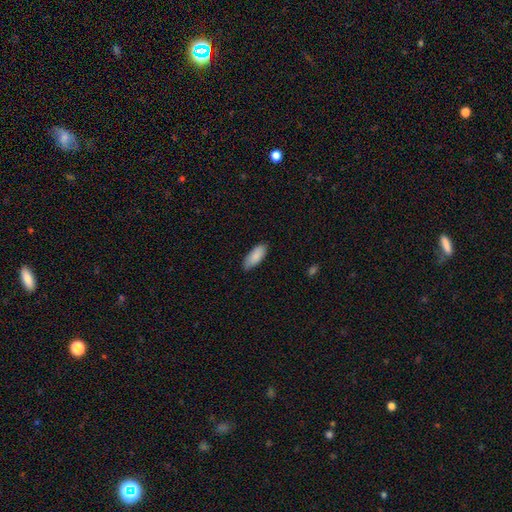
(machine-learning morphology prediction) A smooth galaxy with no disk features (88%) that is in between round and cigar-shaped (82%).

Vote fractions:
- Smooth or featured? smooth: 88% / featured or disk: 6% / star or artifact: 6%
- How rounded? in between: 82% / cigar-shaped: 16% / round: 2%
- Merging? none: 84% / minor disturbance: 13% / major disturbance: 2% / merger: 1%